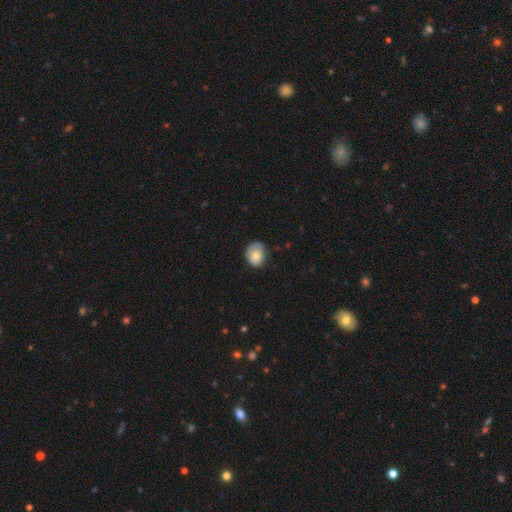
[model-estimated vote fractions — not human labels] smooth-or-featured: smooth: 76% | featured or disk: 17% | star or artifact: 8%
  how-rounded: round: 56% | in between: 43% | cigar-shaped: 1%
  merging: none: 55% | minor disturbance: 33% | major disturbance: 10% | merger: 2%